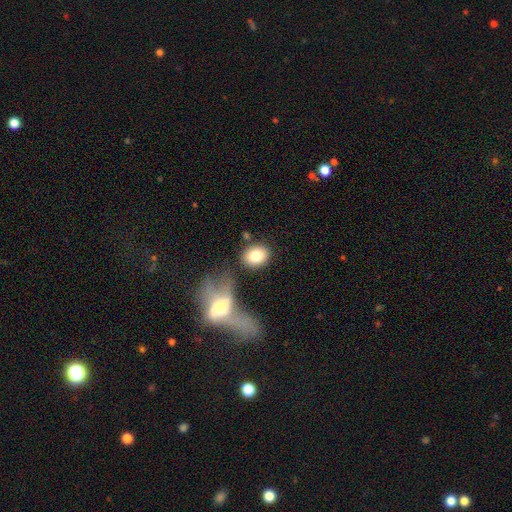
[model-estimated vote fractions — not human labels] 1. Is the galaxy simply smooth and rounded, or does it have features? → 80% smooth, 12% featured or disk, 8% star or artifact.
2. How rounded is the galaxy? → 50% in between, 49% round, 1% cigar-shaped.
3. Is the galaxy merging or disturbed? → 71% none, 12% merger, 11% minor disturbance, 6% major disturbance.